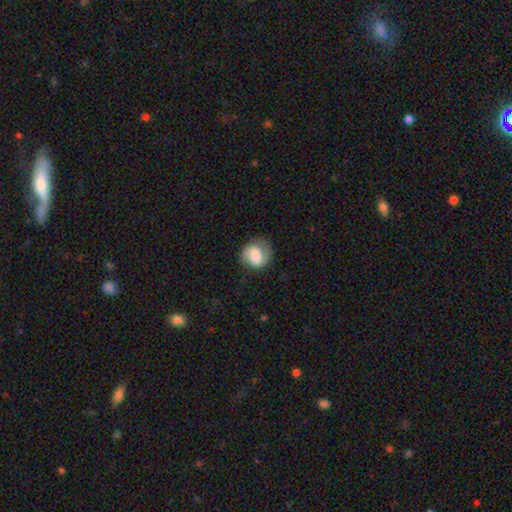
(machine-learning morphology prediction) This appears to be a featured or disk galaxy (59%) with a weak bar (48%), 2 (81%) medium (44%) spiral arms (90%) and a moderate central bulge (31%). Merging: none (75%).